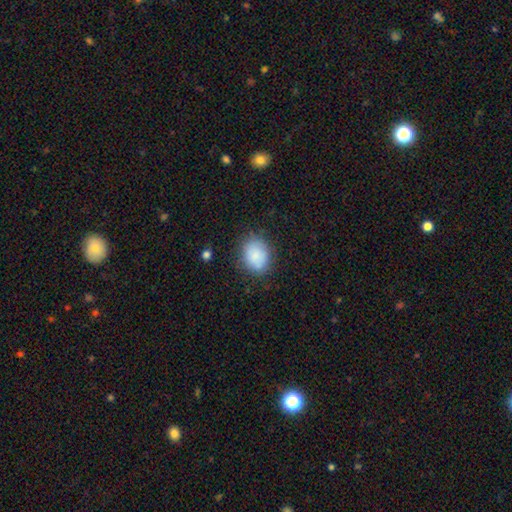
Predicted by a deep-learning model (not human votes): Overall: smooth (84%). How rounded: round (50%; in between 49%). Merging: none (73%).